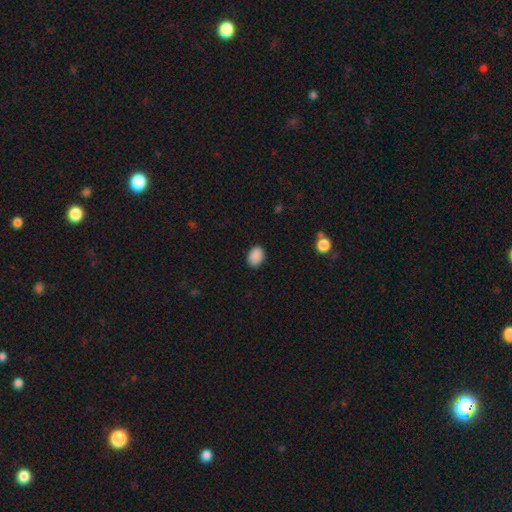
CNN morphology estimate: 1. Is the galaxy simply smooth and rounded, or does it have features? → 90% smooth, 8% star or artifact, 3% featured or disk.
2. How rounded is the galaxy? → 73% in between, 26% round, 1% cigar-shaped.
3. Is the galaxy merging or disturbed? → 88% none, 9% minor disturbance, 2% major disturbance, 1% merger.